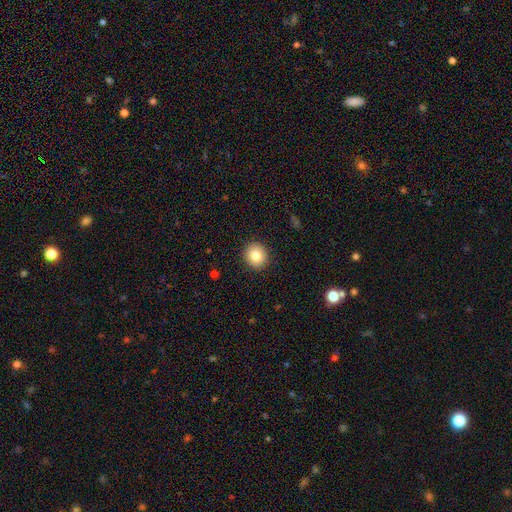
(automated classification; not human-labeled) This appears to be a smooth galaxy with no disk features (81%) that is round (87%). Merging: none (91%).